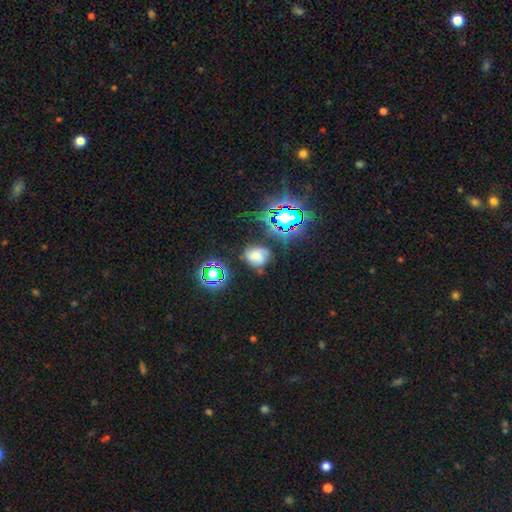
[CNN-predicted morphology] Smooth or featured? smooth (45%)
Merging? none (57%)